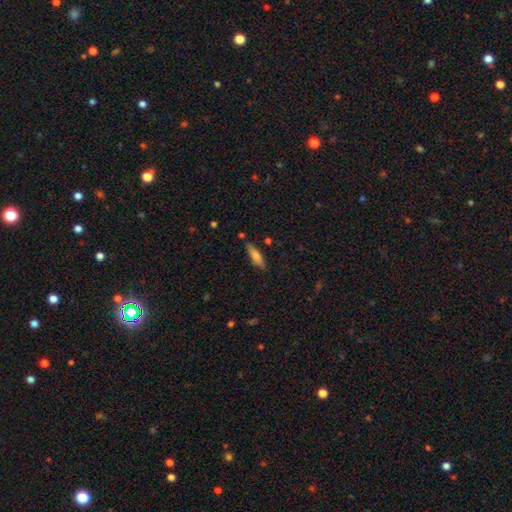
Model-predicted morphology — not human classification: smooth 70%, featured or disk 23%, star or artifact 7%. Down the decision tree: how rounded — cigar-shaped (61%); merging — none (80%).